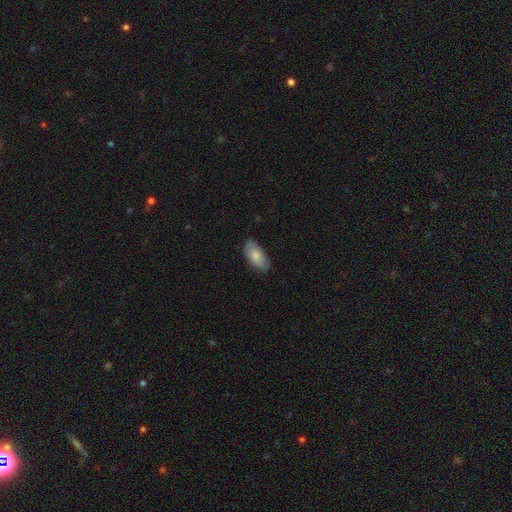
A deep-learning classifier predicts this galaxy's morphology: This appears to be a smooth galaxy with no disk features (78%) that is in between round and cigar-shaped (93%). Merging: none (80%).